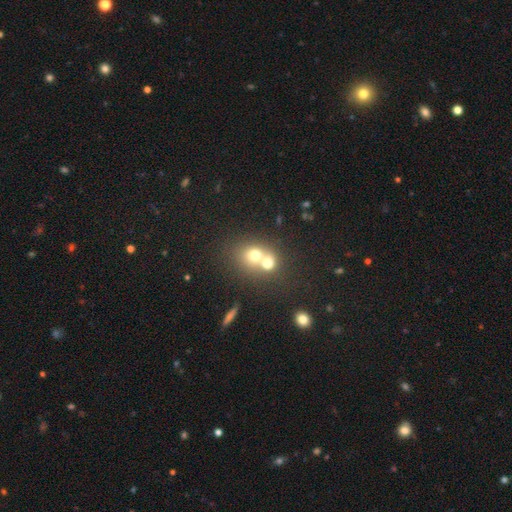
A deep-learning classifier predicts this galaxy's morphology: A smooth galaxy with no disk features (65%) that is round (68%). Merging: merger (65%).